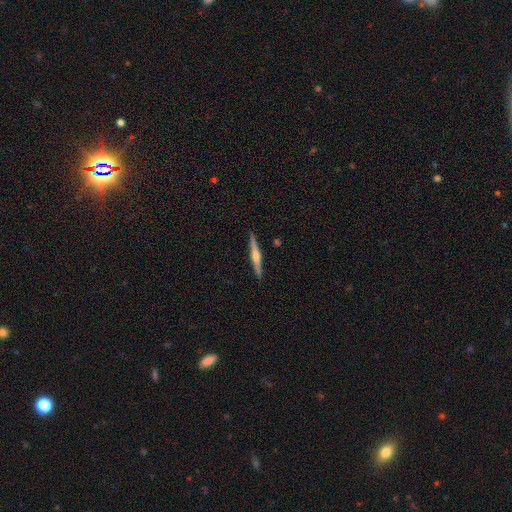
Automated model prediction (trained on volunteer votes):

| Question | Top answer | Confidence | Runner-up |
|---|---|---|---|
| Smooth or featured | featured or disk | 72% | smooth (23%) |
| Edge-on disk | yes | 98% | no (2%) |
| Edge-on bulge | rounded | 83% | boxy (9%) |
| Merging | none | 92% | minor disturbance (6%) |